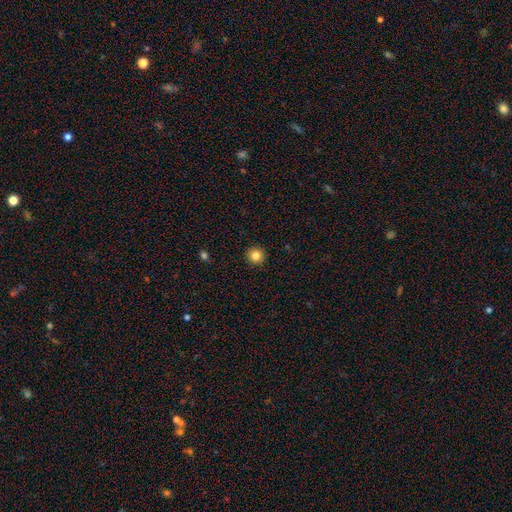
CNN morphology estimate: Smooth or featured? Predicted: smooth (p=0.83). How rounded? Predicted: round (p=0.95). Merging? Predicted: none (p=0.93).